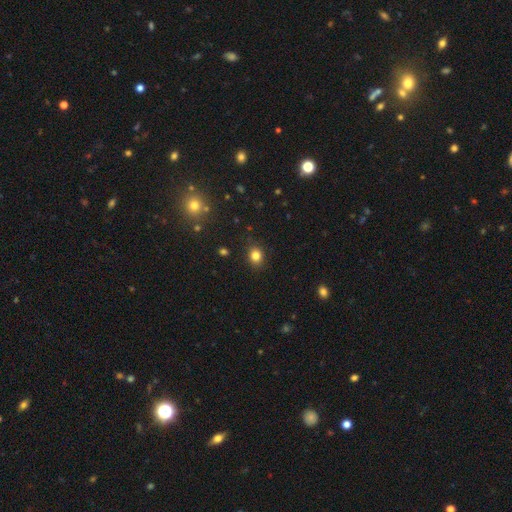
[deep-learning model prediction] smooth 82%, star or artifact 12%, featured or disk 6%. Down the decision tree: how rounded — round (64%); merging — none (86%).